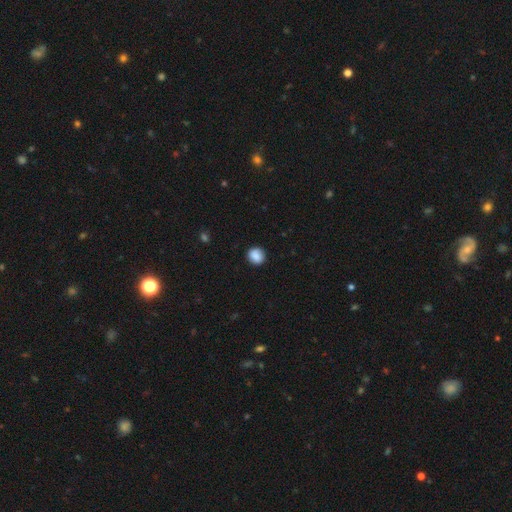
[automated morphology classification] smooth_or_featured: smooth (p=0.87) [alt: star or artifact p=0.08]
how_rounded: round (p=0.84) [alt: in between p=0.15]
merging: none (p=0.88) [alt: minor disturbance p=0.09]